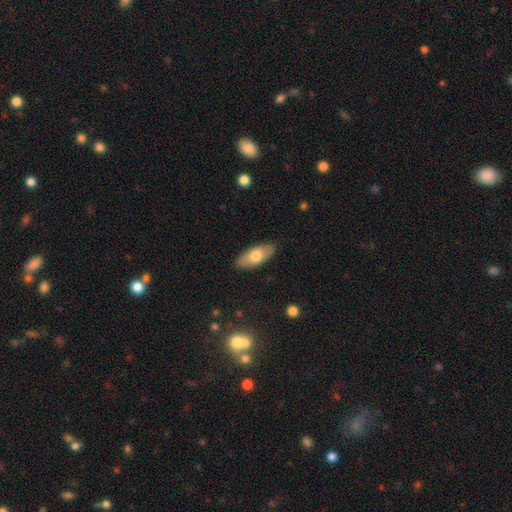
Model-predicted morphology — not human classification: This appears to be a smooth galaxy with no disk features (72%) that is in between round and cigar-shaped (85%). Merging: none (88%).